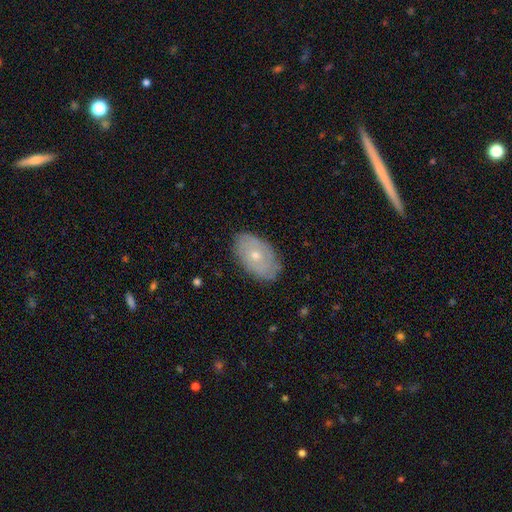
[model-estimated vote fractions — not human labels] Overall: featured or disk (47%; smooth 46%). Merging: none (81%).